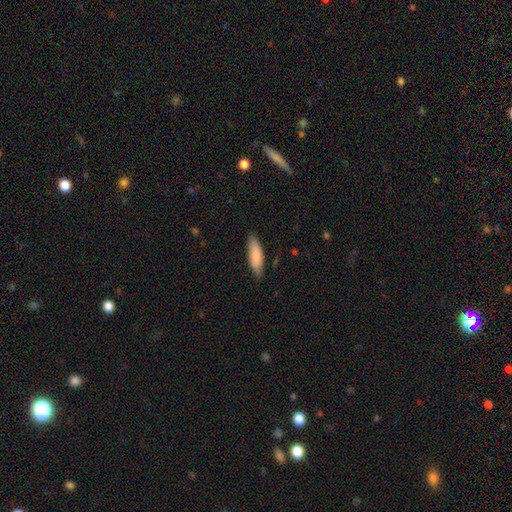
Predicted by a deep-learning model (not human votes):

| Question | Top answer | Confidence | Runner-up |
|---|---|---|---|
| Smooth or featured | smooth | 85% | featured or disk (10%) |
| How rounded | cigar-shaped | 55% | in between (44%) |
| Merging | none | 82% | minor disturbance (15%) |